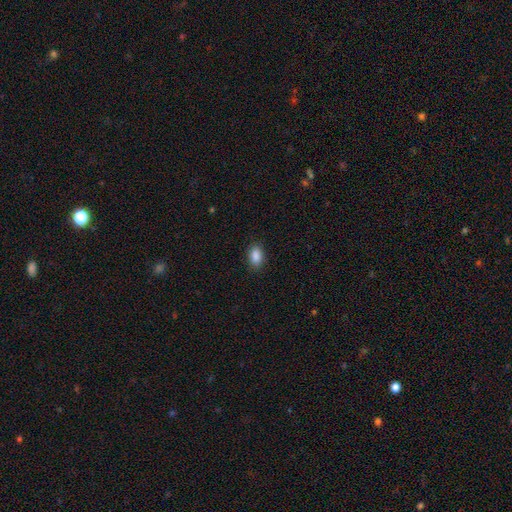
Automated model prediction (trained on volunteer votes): Smooth or featured?
  - smooth: 89% *
  - star or artifact: 8%
  - featured or disk: 3%
How rounded?
  - in between: 89% *
  - round: 9%
  - cigar-shaped: 2%
Merging?
  - none: 88% *
  - minor disturbance: 9%
  - major disturbance: 2%
  - merger: 1%